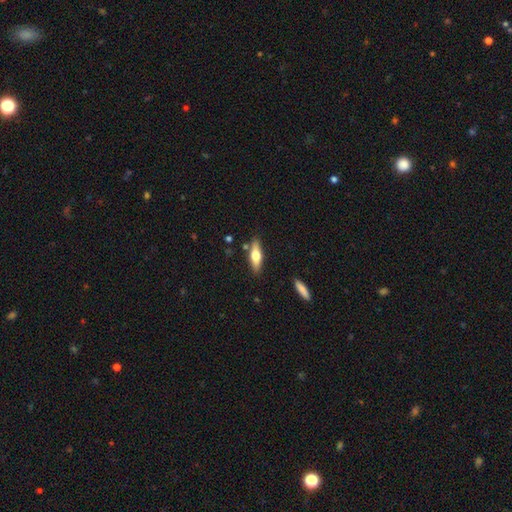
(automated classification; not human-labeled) Q: Smooth or featured?
A: smooth (56%); runner-up: featured or disk (38%)
Q: How rounded?
A: cigar-shaped (54%); runner-up: in between (44%)
Q: Merging?
A: none (83%); runner-up: minor disturbance (11%)